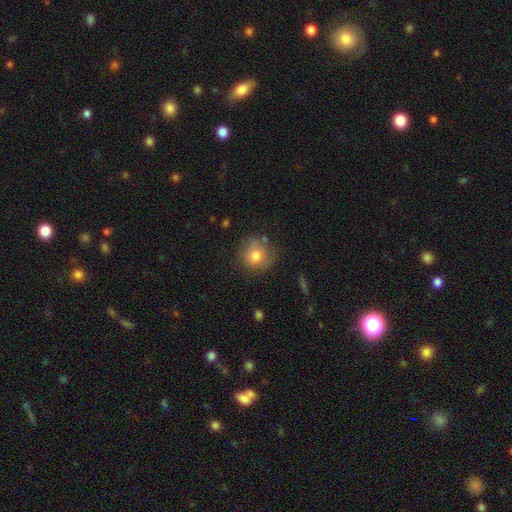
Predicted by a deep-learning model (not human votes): A smooth galaxy with no disk features (78%) that is round (90%).

Vote fractions:
- Smooth or featured? smooth: 78% / featured or disk: 11% / star or artifact: 10%
- How rounded? round: 90% / in between: 9% / cigar-shaped: 1%
- Merging? none: 75% / minor disturbance: 17% / major disturbance: 5% / merger: 4%